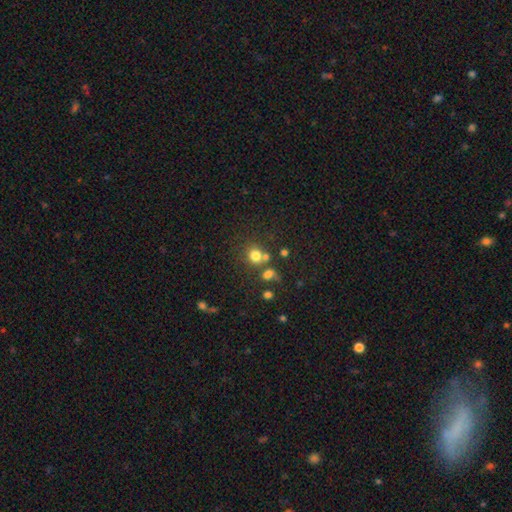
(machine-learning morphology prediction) smooth-or-featured: smooth: 75% | star or artifact: 15% | featured or disk: 9%
  how-rounded: round: 80% | in between: 20% | cigar-shaped: 1%
  merging: none: 53% | merger: 31% | minor disturbance: 10% | major disturbance: 6%